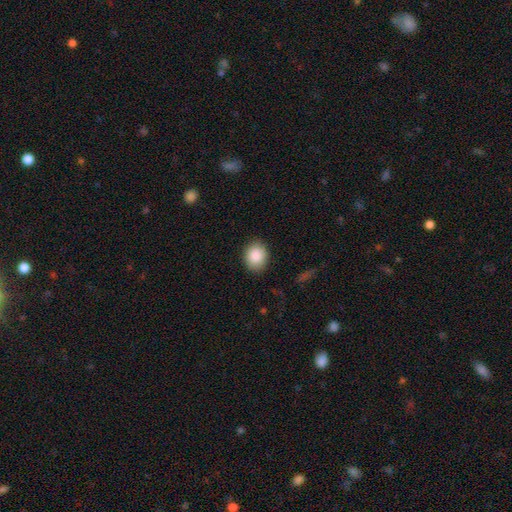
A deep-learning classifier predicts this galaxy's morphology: Smooth or featured? smooth (89%)
How rounded? round (56%)
Merging? none (87%)